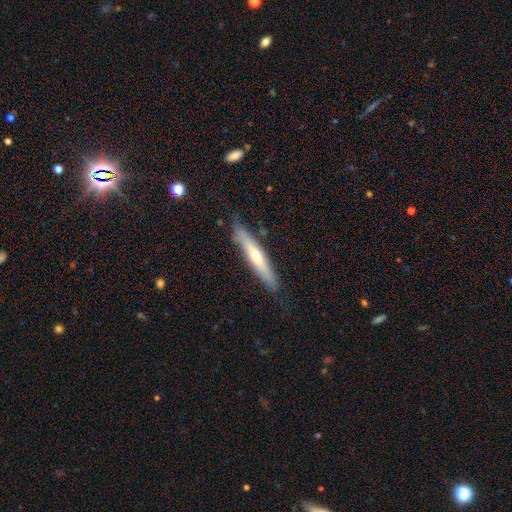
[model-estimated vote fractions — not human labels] Smooth or featured: featured or disk — 51% (smooth — 42%)
Edge-on disk: yes — 85% (no — 15%)
Merging: none — 81% (minor disturbance — 15%)